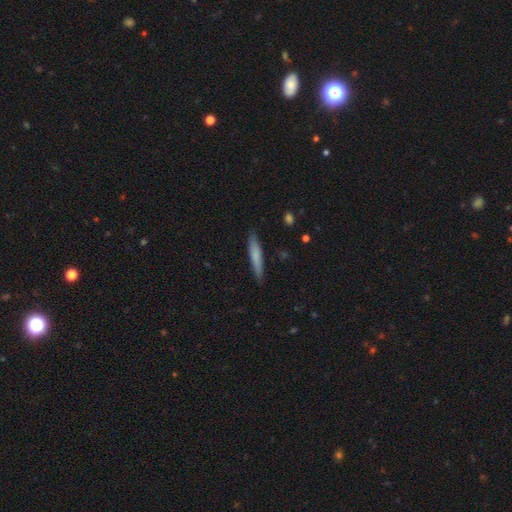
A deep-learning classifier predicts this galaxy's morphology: Smooth or featured? Predicted: smooth (p=0.71). How rounded? Predicted: cigar-shaped (p=0.92). Merging? Predicted: none (p=0.85).